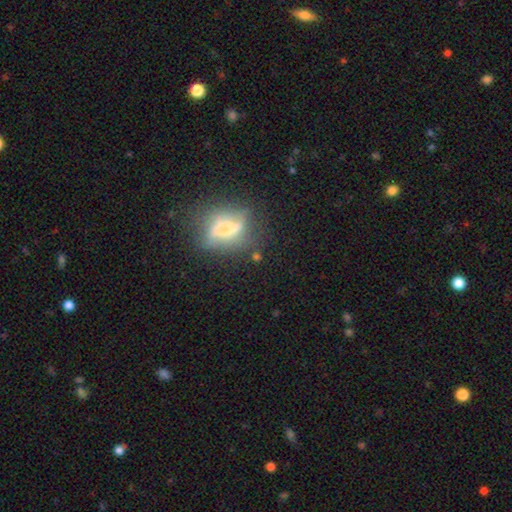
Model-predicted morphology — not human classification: A featured or disk galaxy (46%).

Vote fractions:
- Smooth or featured? featured or disk: 46% / smooth: 40% / star or artifact: 14%
- Merging? none: 53% / minor disturbance: 23% / major disturbance: 16% / merger: 8%